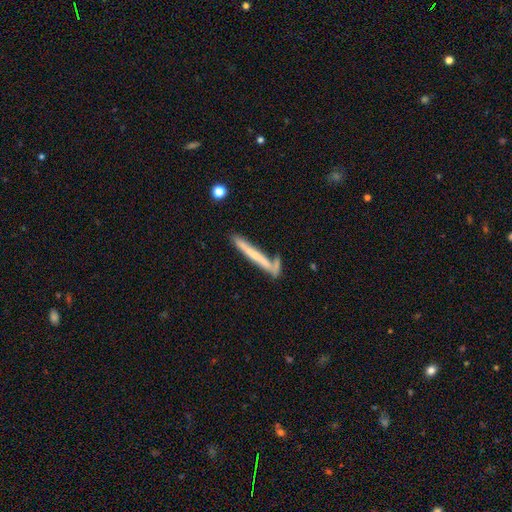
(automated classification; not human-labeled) smooth-or-featured: smooth: 50% | featured or disk: 43% | star or artifact: 7%
  how-rounded: cigar-shaped: 96% | in between: 3% | round: 1%
  merging: none: 60% | minor disturbance: 18% | merger: 14% | major disturbance: 7%